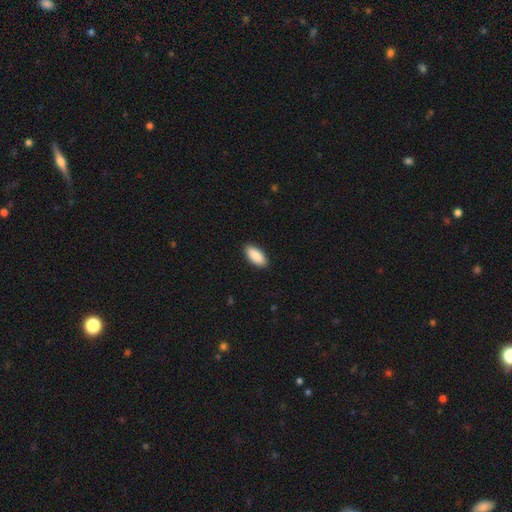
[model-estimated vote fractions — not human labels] A smooth galaxy with no disk features (91%) that is in between round and cigar-shaped (91%).

Vote fractions:
- Smooth or featured? smooth: 91% / star or artifact: 6% / featured or disk: 3%
- How rounded? in between: 91% / cigar-shaped: 8% / round: 2%
- Merging? none: 89% / minor disturbance: 8% / major disturbance: 2% / merger: 1%